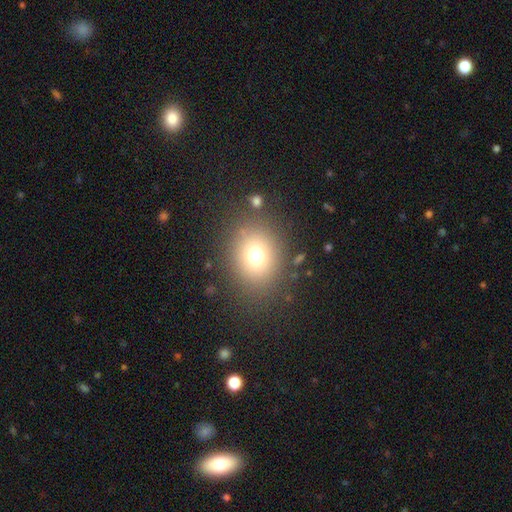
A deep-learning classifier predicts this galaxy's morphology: smooth_or_featured: smooth (p=0.73) [alt: star or artifact p=0.16]
how_rounded: round (p=0.59) [alt: in between p=0.40]
merging: none (p=0.83) [alt: minor disturbance p=0.09]